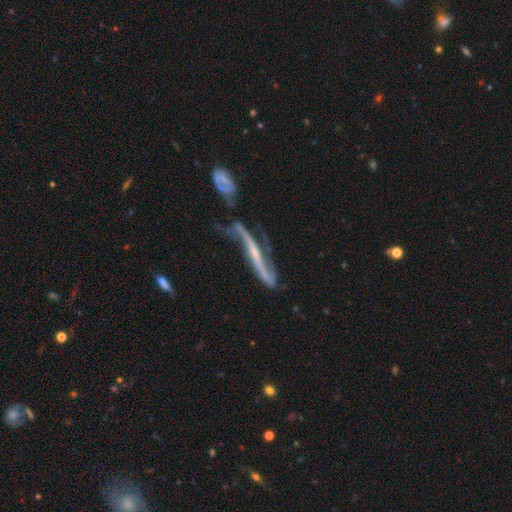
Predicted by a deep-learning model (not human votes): featured or disk 75%, smooth 16%, star or artifact 9%. Down the decision tree: edge-on disk — yes (58%); merging — none (34%).